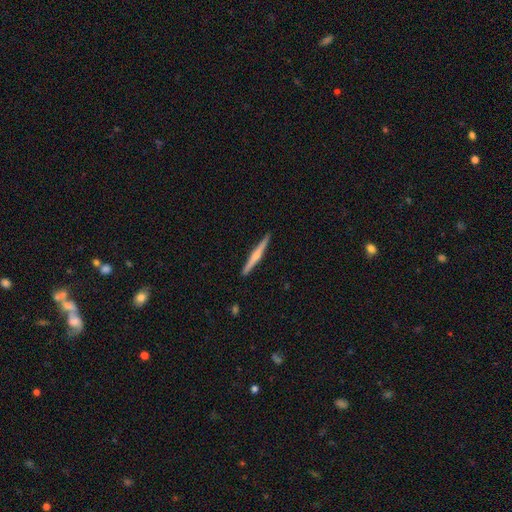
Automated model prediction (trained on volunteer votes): smooth-or-featured: featured or disk: 64% | smooth: 31% | star or artifact: 5%
  disk-edge-on: yes: 98% | no: 2%
    edge-on-bulge: rounded: 76% | none: 17% | boxy: 8%
  merging: none: 92% | minor disturbance: 6% | major disturbance: 1% | merger: 1%